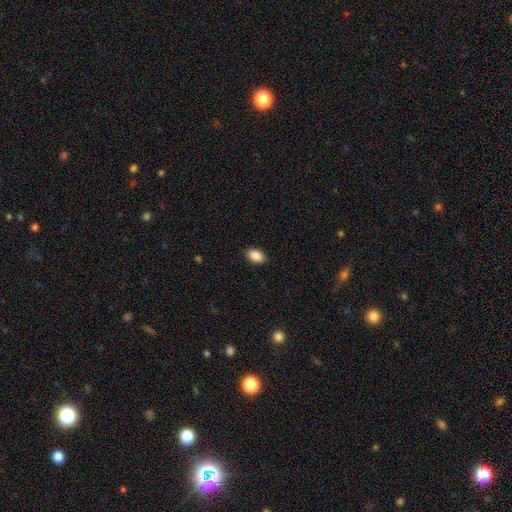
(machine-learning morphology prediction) Smooth or featured?
  - smooth: 90% *
  - star or artifact: 7%
  - featured or disk: 3%
How rounded?
  - in between: 89% *
  - round: 10%
  - cigar-shaped: 1%
Merging?
  - none: 88% *
  - minor disturbance: 9%
  - major disturbance: 2%
  - merger: 1%